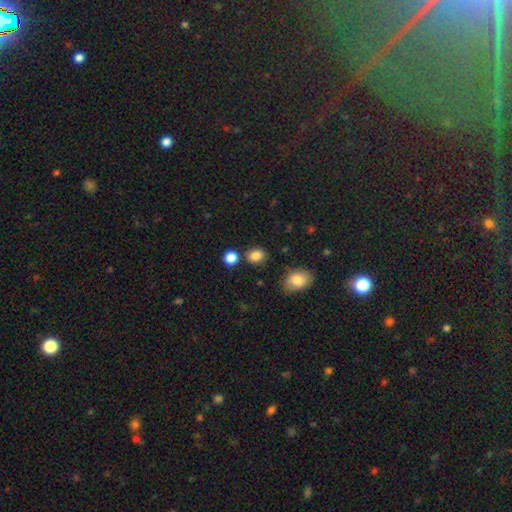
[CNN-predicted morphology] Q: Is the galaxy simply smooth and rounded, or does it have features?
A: smooth — 85%.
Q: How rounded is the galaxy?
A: in between — 50%.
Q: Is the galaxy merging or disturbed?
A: none — 79%.